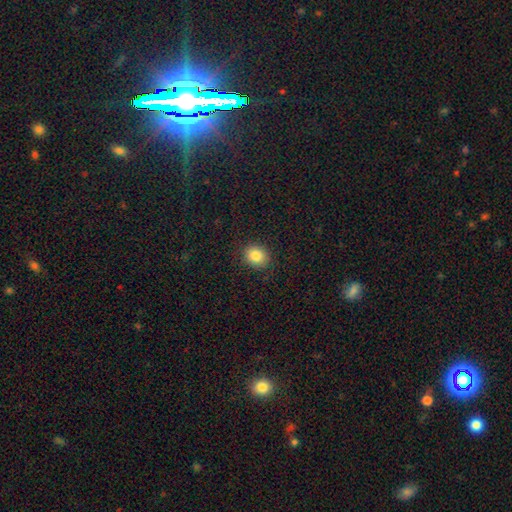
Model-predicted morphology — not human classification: A smooth galaxy with no disk features (84%) that is round (69%).

Vote fractions:
- Smooth or featured? smooth: 84% / star or artifact: 10% / featured or disk: 6%
- How rounded? round: 69% / in between: 30% / cigar-shaped: 1%
- Merging? none: 88% / minor disturbance: 8% / major disturbance: 3% / merger: 1%